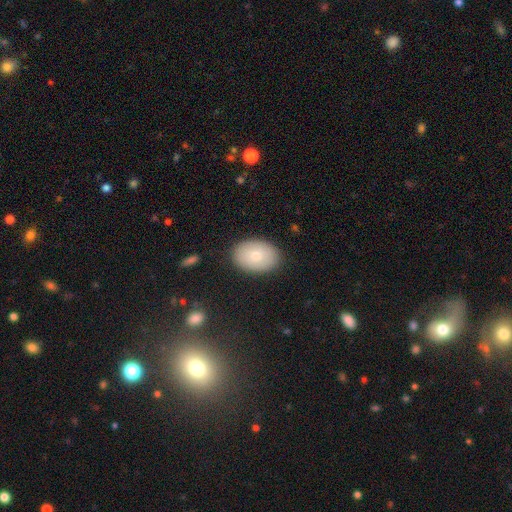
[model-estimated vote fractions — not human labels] Smooth or featured? Predicted: smooth (p=0.75). How rounded? Predicted: in between (p=0.84). Merging? Predicted: none (p=0.87).